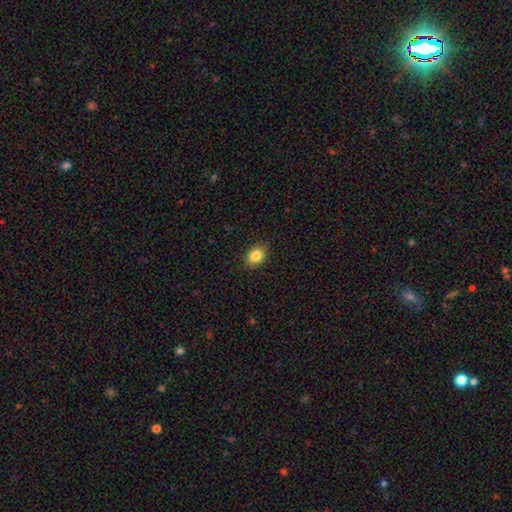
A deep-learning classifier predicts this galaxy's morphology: A smooth galaxy with no disk features (86%) that is in between round and cigar-shaped (70%). Merging: none (89%).